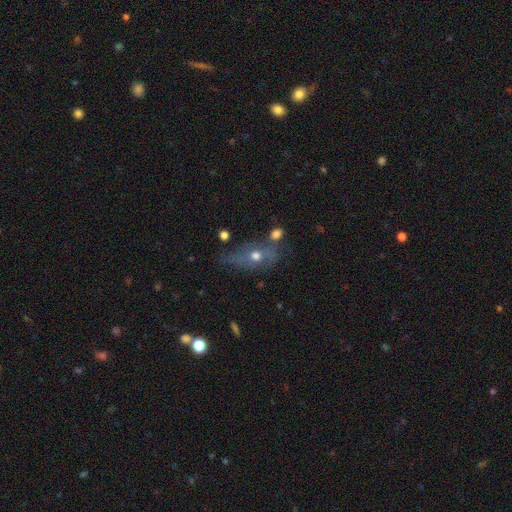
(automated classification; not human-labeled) A featured or disk galaxy (42%).

Vote fractions:
- Smooth or featured? featured or disk: 42% / smooth: 41% / star or artifact: 17%
- Merging? none: 54% / minor disturbance: 19% / merger: 16% / major disturbance: 10%